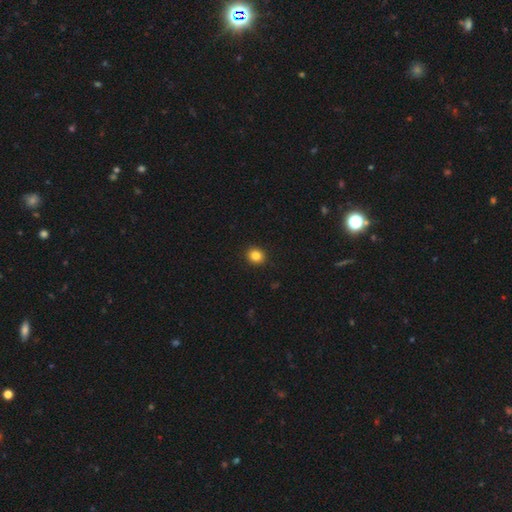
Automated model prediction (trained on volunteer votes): A smooth galaxy with no disk features (85%) that is round (78%).

Vote fractions:
- Smooth or featured? smooth: 85% / star or artifact: 11% / featured or disk: 5%
- How rounded? round: 78% / in between: 21% / cigar-shaped: 1%
- Merging? none: 92% / minor disturbance: 5% / major disturbance: 2% / merger: 1%